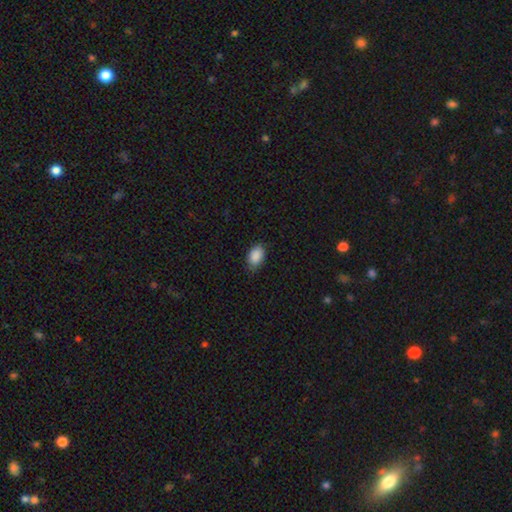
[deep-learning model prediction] smooth-or-featured: smooth: 90% | star or artifact: 7% | featured or disk: 4%
  how-rounded: in between: 88% | round: 11% | cigar-shaped: 1%
  merging: none: 77% | minor disturbance: 18% | major disturbance: 3% | merger: 1%